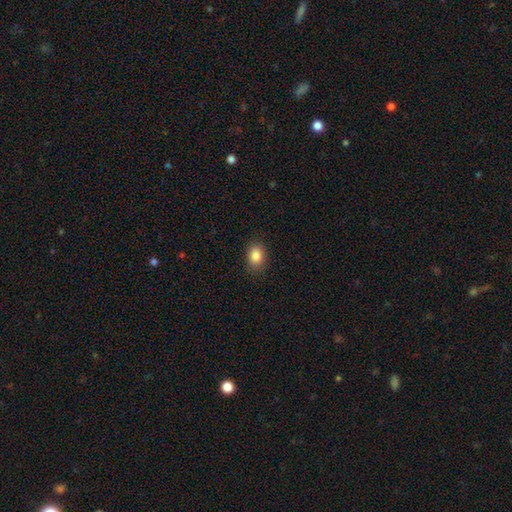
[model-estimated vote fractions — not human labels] A smooth galaxy with no disk features (87%) that is in between round and cigar-shaped (69%).

Vote fractions:
- Smooth or featured? smooth: 87% / star or artifact: 9% / featured or disk: 4%
- How rounded? in between: 69% / round: 30% / cigar-shaped: 1%
- Merging? none: 85% / minor disturbance: 11% / major disturbance: 3% / merger: 1%